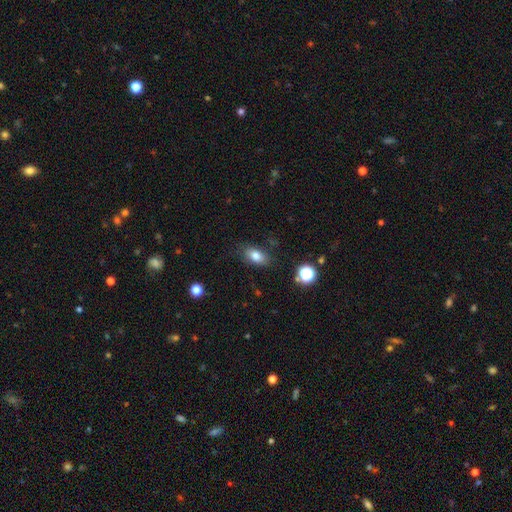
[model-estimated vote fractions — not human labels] Smooth or featured? Predicted: smooth (p=0.80). How rounded? Predicted: in between (p=0.85). Merging? Predicted: none (p=0.80).